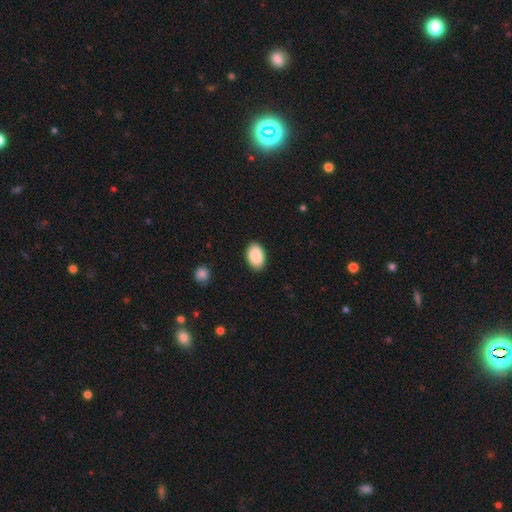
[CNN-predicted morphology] Overall: smooth (90%). How rounded: in between (91%). Merging: none (89%).